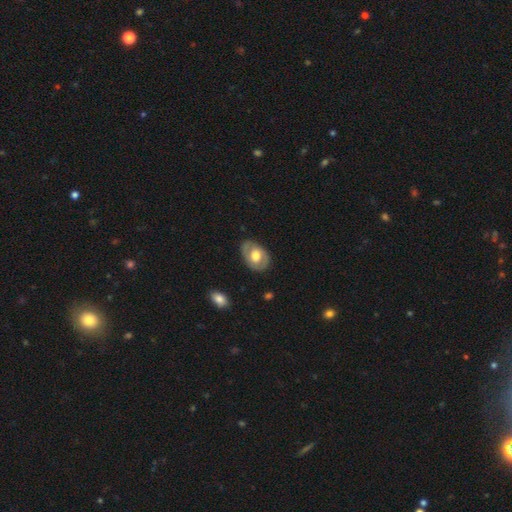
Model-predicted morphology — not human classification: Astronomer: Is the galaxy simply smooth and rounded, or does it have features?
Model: smooth — 51% (runner-up: featured or disk, 43%).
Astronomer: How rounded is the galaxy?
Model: in between — 79%.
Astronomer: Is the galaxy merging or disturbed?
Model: none — 78%.